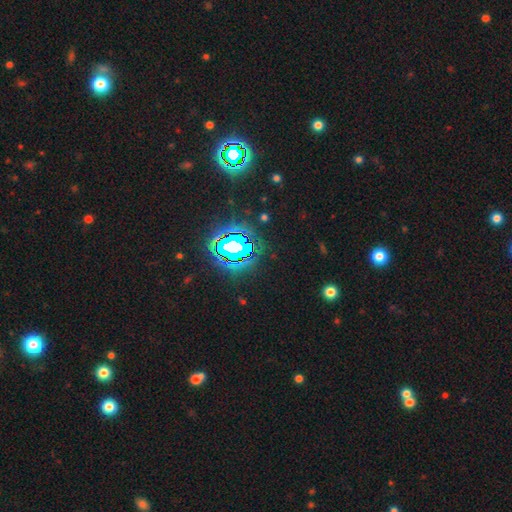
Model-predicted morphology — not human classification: This appears to be a star or artifact, not a galaxy (81%).